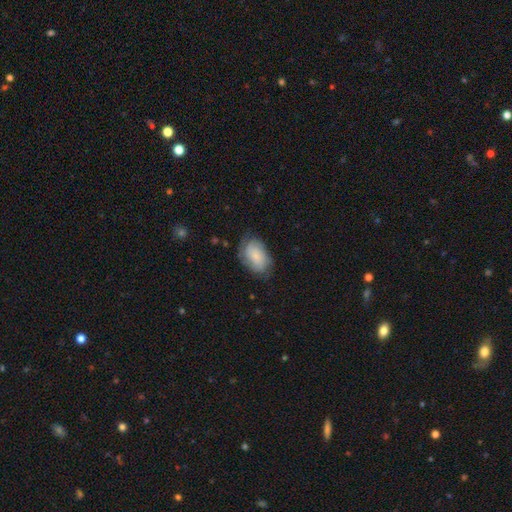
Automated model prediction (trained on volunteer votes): Smooth or featured?
  - smooth: 53% *
  - featured or disk: 39%
  - star or artifact: 8%
How rounded?
  - in between: 89% *
  - round: 9%
  - cigar-shaped: 2%
Merging?
  - none: 64% *
  - minor disturbance: 25%
  - major disturbance: 9%
  - merger: 1%